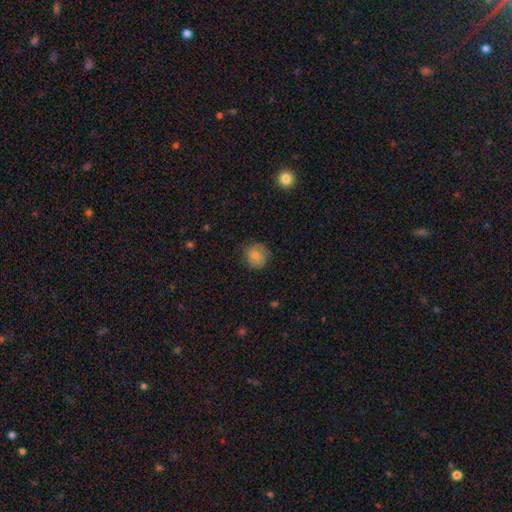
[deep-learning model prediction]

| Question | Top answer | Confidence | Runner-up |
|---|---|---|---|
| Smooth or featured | smooth | 78% | featured or disk (13%) |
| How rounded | round | 87% | in between (12%) |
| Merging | none | 77% | minor disturbance (17%) |